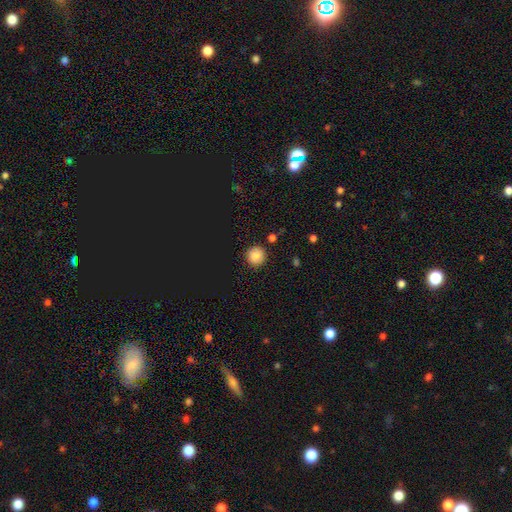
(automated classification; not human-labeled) Overall: smooth (82%). How rounded: round (93%). Merging: none (89%).